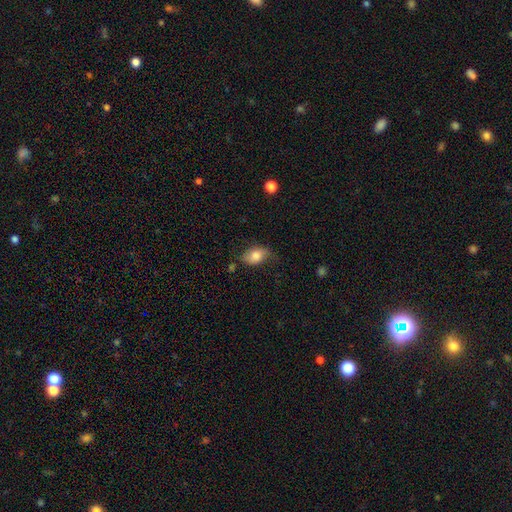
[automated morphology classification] Smooth or featured? smooth (78%)
How rounded? in between (85%)
Merging? none (61%)